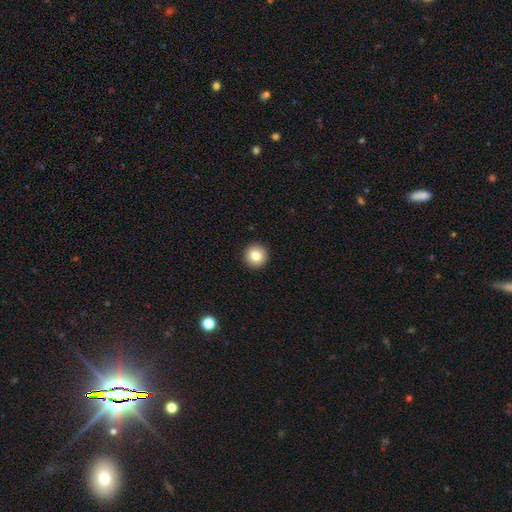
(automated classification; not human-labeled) Q: Smooth or featured?
A: smooth (82%); runner-up: star or artifact (10%)
Q: How rounded?
A: round (96%); runner-up: in between (3%)
Q: Merging?
A: none (93%); runner-up: minor disturbance (4%)